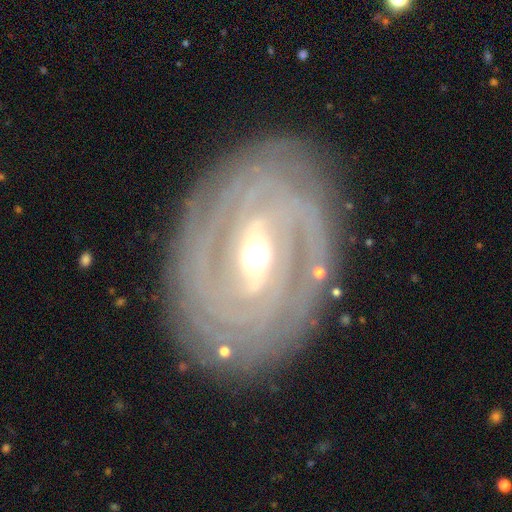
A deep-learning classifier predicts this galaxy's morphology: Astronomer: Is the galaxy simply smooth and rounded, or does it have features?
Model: featured or disk — 89%.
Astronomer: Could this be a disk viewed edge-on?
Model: no — 95%.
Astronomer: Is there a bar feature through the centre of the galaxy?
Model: strong — 50% (runner-up: weak, 38%).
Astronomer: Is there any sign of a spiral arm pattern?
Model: yes — 96%.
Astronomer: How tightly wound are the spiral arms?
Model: tight — 82%.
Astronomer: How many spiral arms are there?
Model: can't tell — 28% (runner-up: 4, 19%).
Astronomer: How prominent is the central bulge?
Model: moderate — 67%.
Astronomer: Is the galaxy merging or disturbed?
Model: none — 83%.